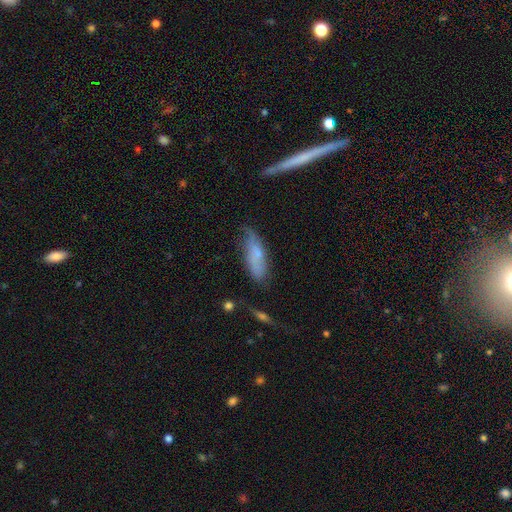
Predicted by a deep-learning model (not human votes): Smooth or featured? Predicted: smooth (p=0.61). How rounded? Predicted: in between (p=0.49, tied with cigar-shaped). Merging? Predicted: none (p=0.53).